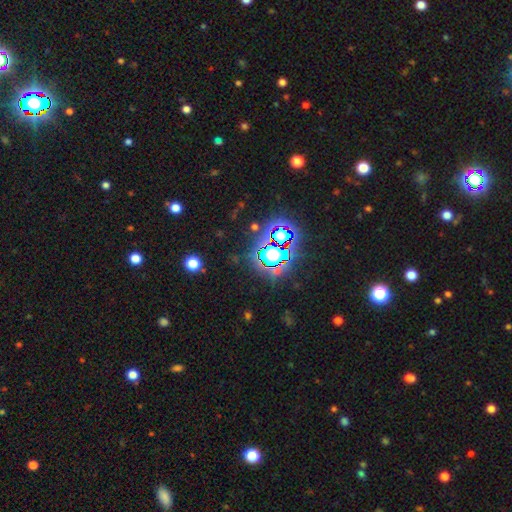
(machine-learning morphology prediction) smooth-or-featured: star or artifact: 74% | smooth: 16% | featured or disk: 10%